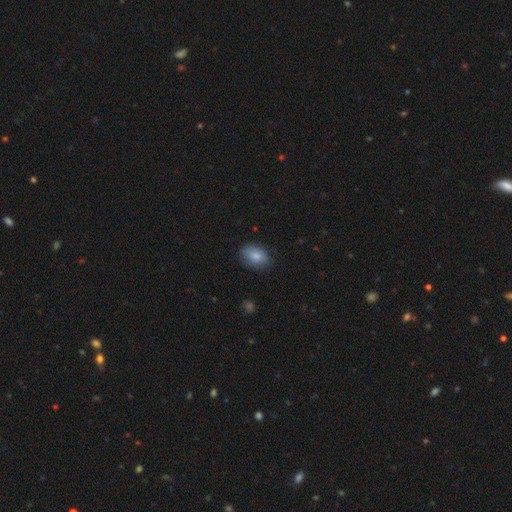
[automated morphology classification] Smooth or featured: smooth — 82% (featured or disk — 11%)
How rounded: in between — 83% (round — 16%)
Merging: none — 77% (minor disturbance — 18%)